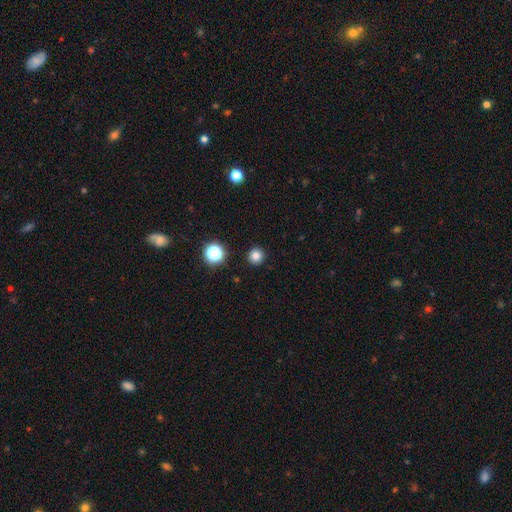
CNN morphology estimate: Overall: smooth (81%). How rounded: round (95%). Merging: none (93%).